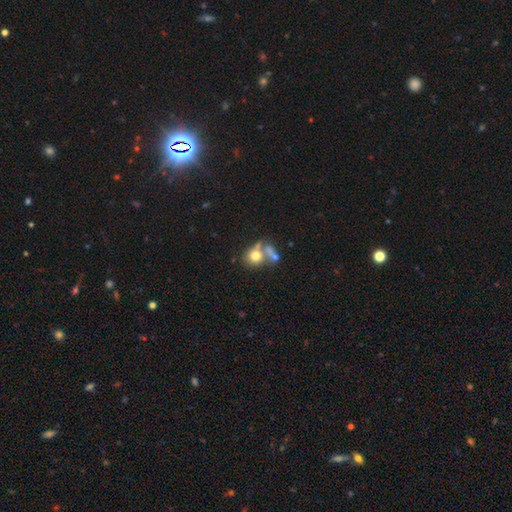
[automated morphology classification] This appears to be a smooth galaxy with no disk features (72%) that is round (66%). Merging: merger (44%).